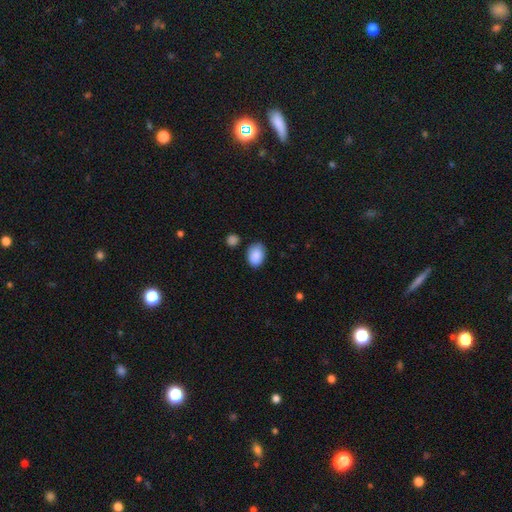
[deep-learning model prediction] Morphology: type=smooth (89%); roundness=in between (81%); merging=none (77%).